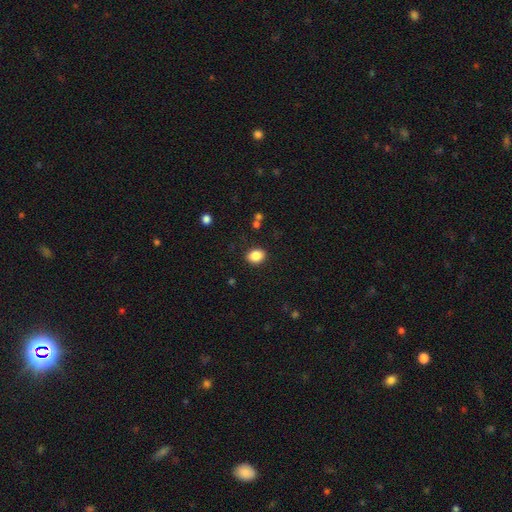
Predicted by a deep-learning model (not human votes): This is clearly a smooth galaxy (86%). How rounded: possibly in between (57%). Merging: clearly none (88%).